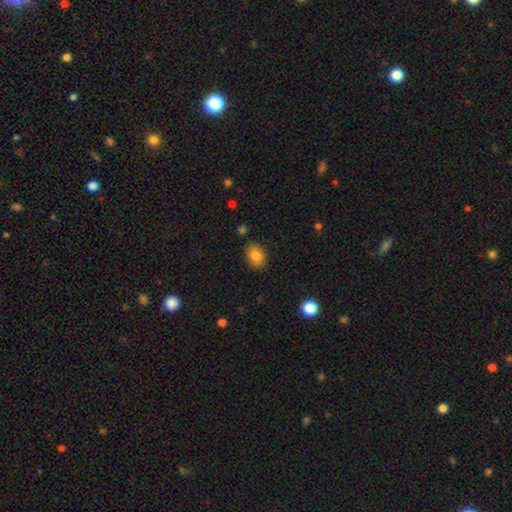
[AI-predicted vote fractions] Overall: smooth (83%). How rounded: in between (75%). Merging: none (85%).